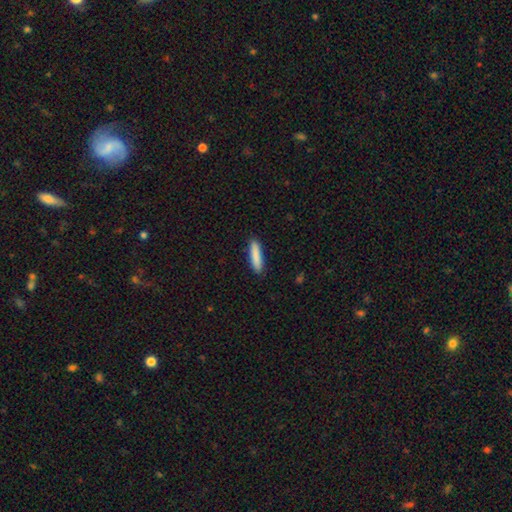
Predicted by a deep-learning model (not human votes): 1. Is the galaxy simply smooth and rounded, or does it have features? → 88% smooth, 7% featured or disk, 6% star or artifact.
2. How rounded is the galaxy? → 80% cigar-shaped, 19% in between, 1% round.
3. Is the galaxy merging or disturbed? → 90% none, 7% minor disturbance, 2% major disturbance, 1% merger.